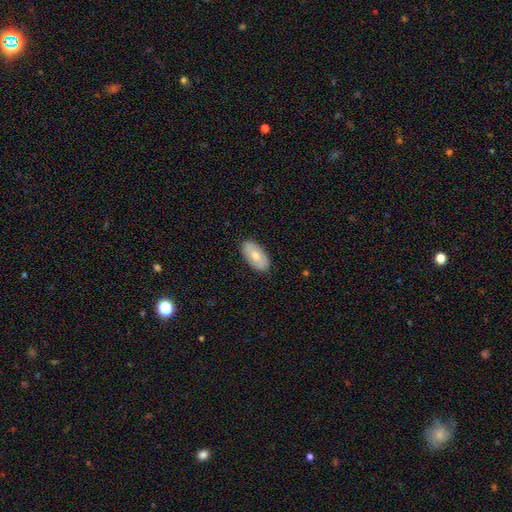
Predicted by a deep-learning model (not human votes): Smooth or featured: smooth — 69% (featured or disk — 25%)
How rounded: in between — 94% (round — 3%)
Merging: none — 87% (minor disturbance — 10%)